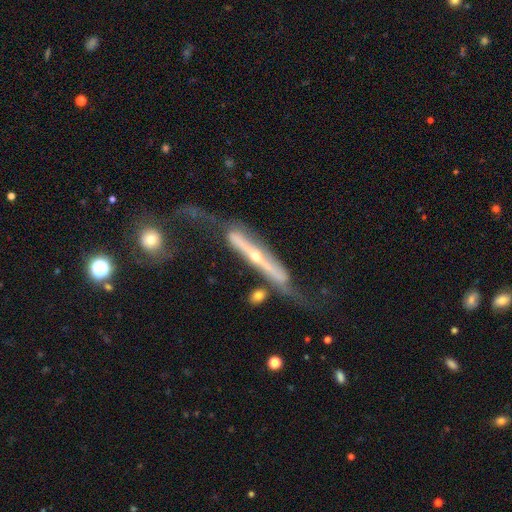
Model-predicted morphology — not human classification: A featured or disk galaxy (83%) viewed edge-on (68%) with a rounded central bulge (79%). Merging: none (39%).